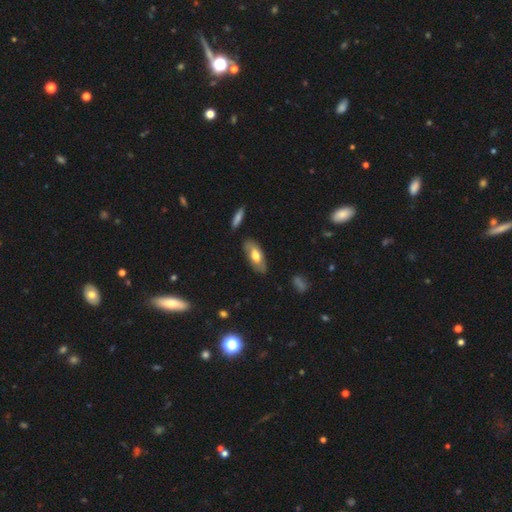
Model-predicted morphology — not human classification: type=smooth (60%); roundness=in between (83%); merging=none (80%).